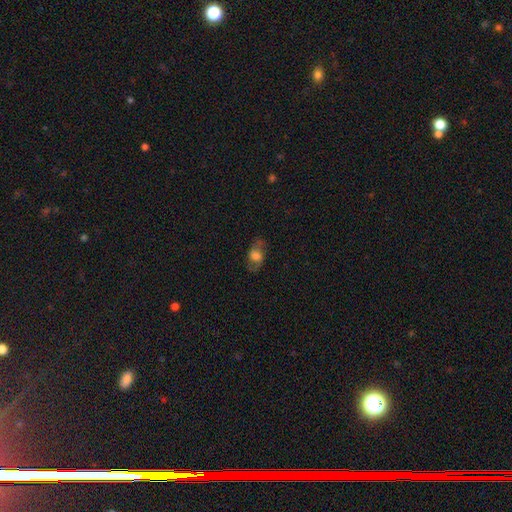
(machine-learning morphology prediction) Smooth or featured: smooth — 47% (featured or disk — 42%)
Merging: none — 70% (minor disturbance — 18%)